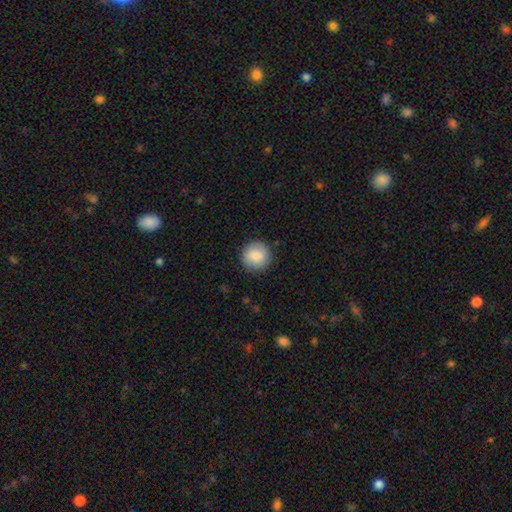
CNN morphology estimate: Overall: smooth (85%). How rounded: round (94%). Merging: none (89%).